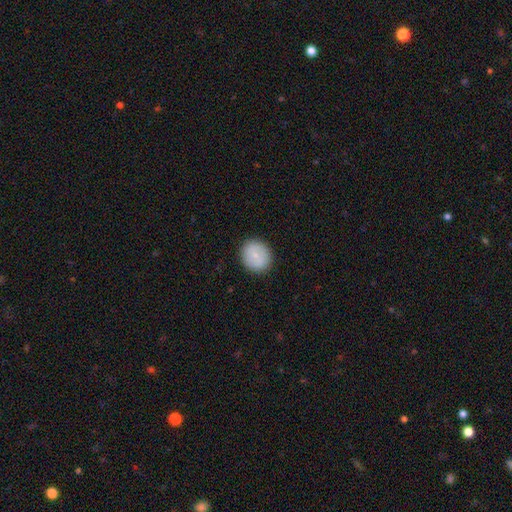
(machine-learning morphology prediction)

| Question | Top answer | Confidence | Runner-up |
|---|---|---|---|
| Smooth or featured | smooth | 68% | featured or disk (25%) |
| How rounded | round | 84% | in between (15%) |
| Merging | none | 89% | minor disturbance (8%) |